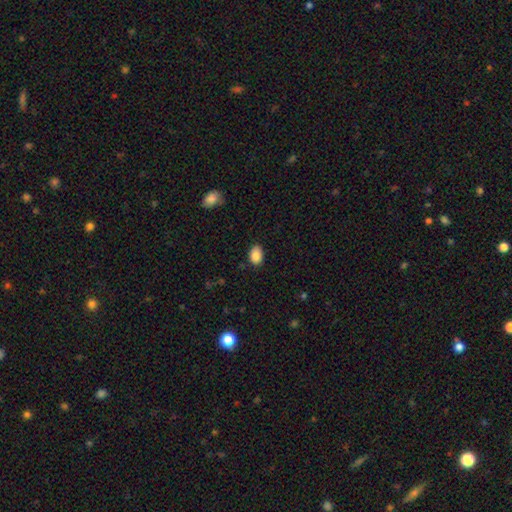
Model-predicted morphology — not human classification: Smooth or featured? Predicted: smooth (p=0.87). How rounded? Predicted: in between (p=0.84). Merging? Predicted: none (p=0.82).